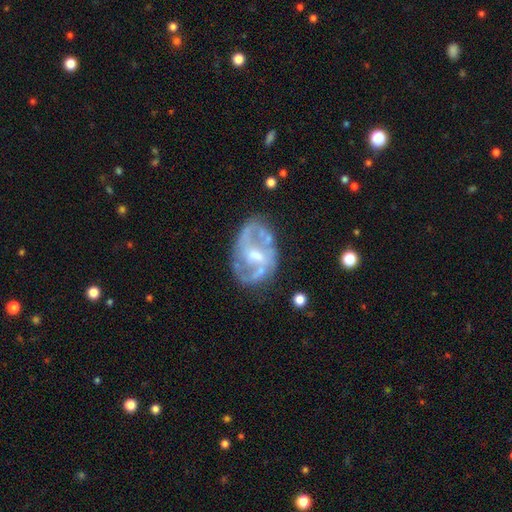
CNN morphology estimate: This is clearly a featured or disk galaxy (80%). It is clearly not viewed edge-on (97%). Bar: possibly weak (45%). Spiral arm pattern: likely yes (71%). Spiral arm count: likely 2 (61%). Spiral winding: possibly medium (45%). Central bulge: possibly moderate (54%). Merging: likely none (62%).